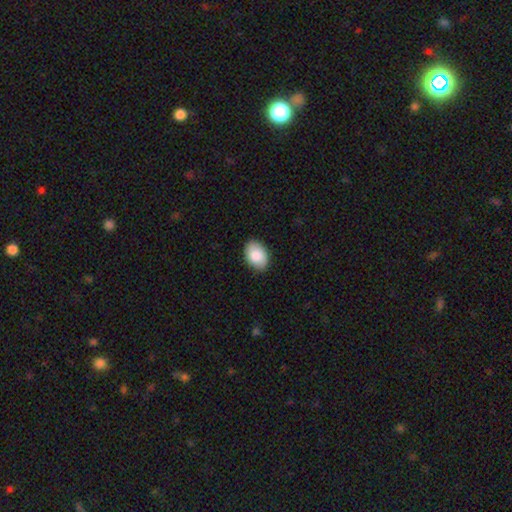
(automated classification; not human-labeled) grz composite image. It shows a smooth galaxy with no disk features (87%) that is in between round and cigar-shaped (88%). Merging: none (87%).